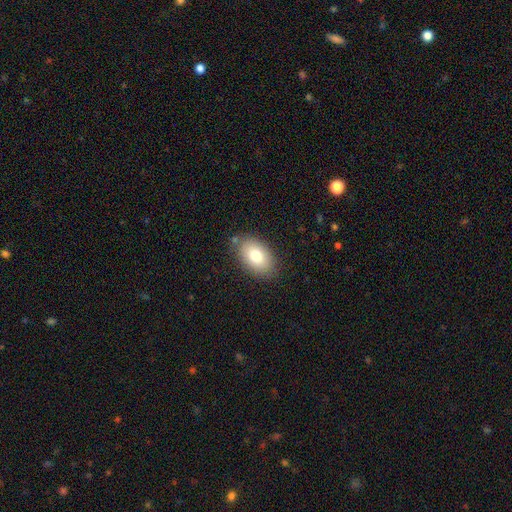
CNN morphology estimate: smooth-or-featured: smooth: 80% | featured or disk: 12% | star or artifact: 7%
  how-rounded: in between: 91% | round: 8% | cigar-shaped: 1%
  merging: none: 81% | minor disturbance: 13% | major disturbance: 3% | merger: 3%